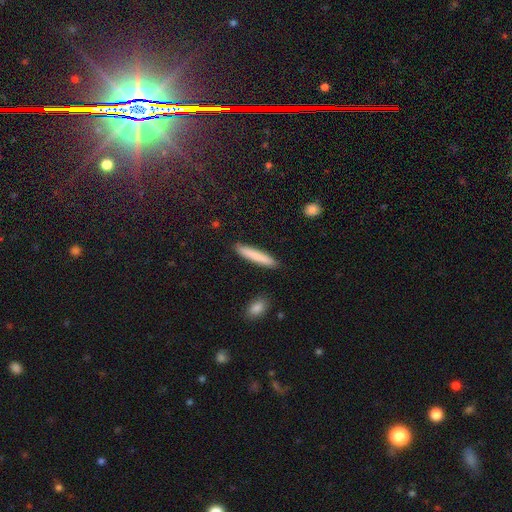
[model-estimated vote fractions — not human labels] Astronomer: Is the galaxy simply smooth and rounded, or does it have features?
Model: smooth — 81%.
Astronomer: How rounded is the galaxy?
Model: cigar-shaped — 93%.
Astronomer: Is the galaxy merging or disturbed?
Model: none — 91%.